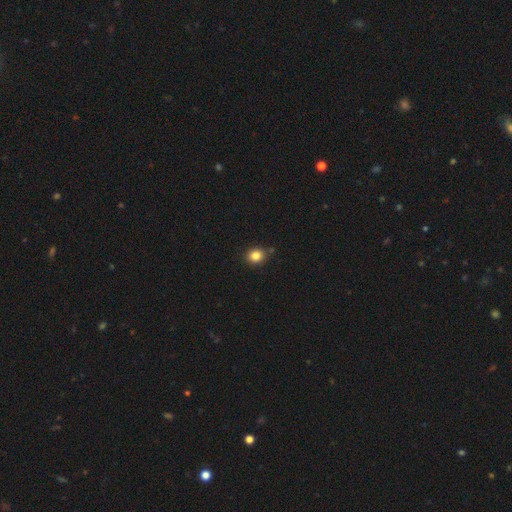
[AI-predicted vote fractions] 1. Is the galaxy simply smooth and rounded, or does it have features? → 84% smooth, 11% star or artifact, 5% featured or disk.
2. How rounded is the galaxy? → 75% round, 24% in between, 1% cigar-shaped.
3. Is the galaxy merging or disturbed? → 81% none, 12% minor disturbance, 4% merger, 3% major disturbance.